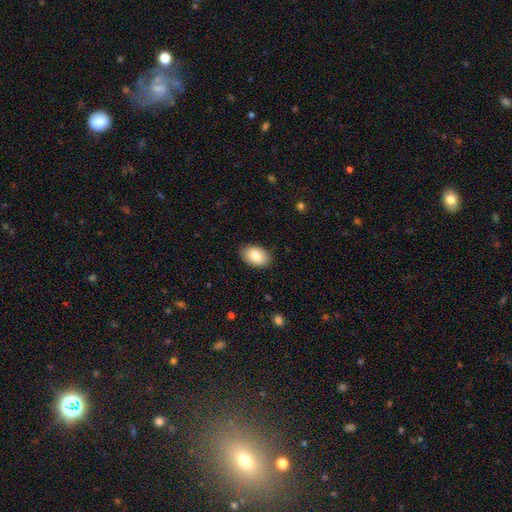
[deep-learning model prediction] Overall: smooth (85%). How rounded: in between (90%). Merging: none (87%).